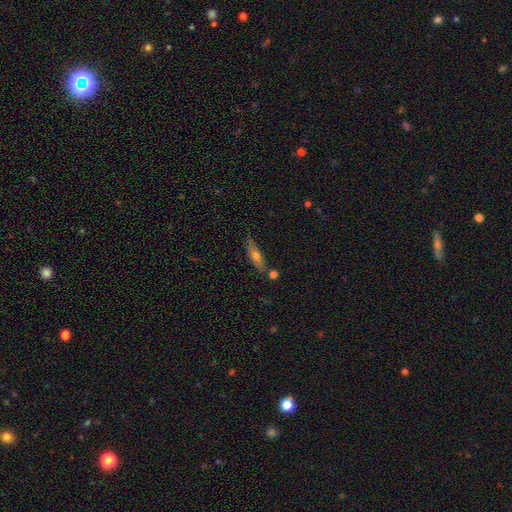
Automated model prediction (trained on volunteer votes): This is possibly a smooth galaxy (54%). How rounded: likely cigar-shaped (73%). Merging: likely none (72%).